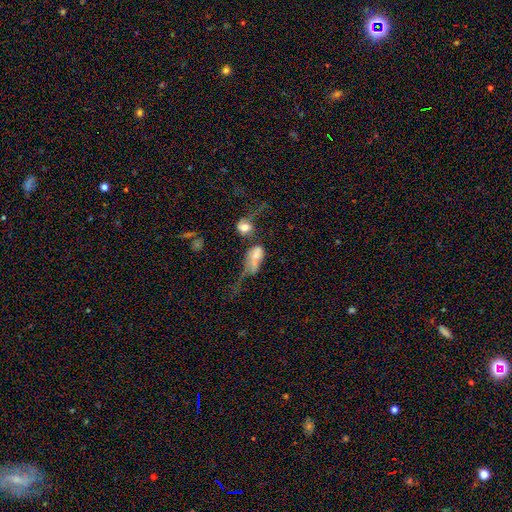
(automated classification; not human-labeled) smooth-or-featured: smooth: 56% | featured or disk: 33% | star or artifact: 11%
  how-rounded: in between: 77% | round: 17% | cigar-shaped: 6%
  merging: merger: 52% | major disturbance: 27% | none: 11% | minor disturbance: 9%